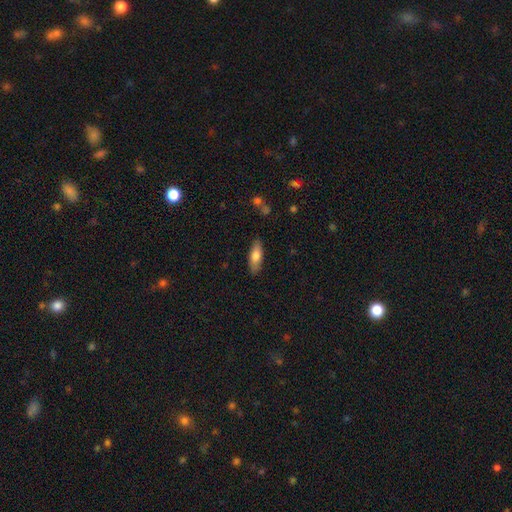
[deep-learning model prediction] A smooth galaxy with no disk features (73%) that is in between round and cigar-shaped (60%).

Vote fractions:
- Smooth or featured? smooth: 73% / featured or disk: 21% / star or artifact: 6%
- How rounded? in between: 60% / cigar-shaped: 38% / round: 2%
- Merging? none: 86% / minor disturbance: 10% / major disturbance: 2% / merger: 1%